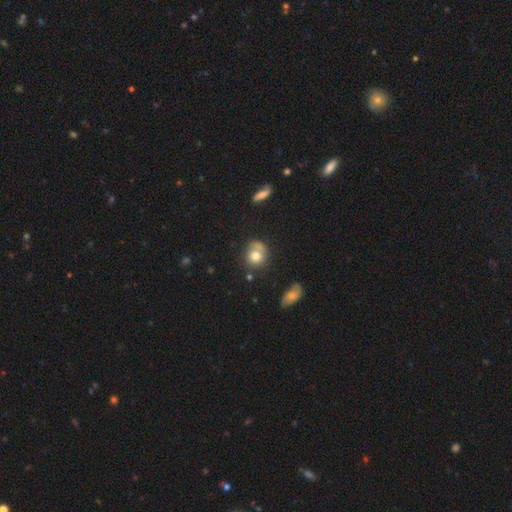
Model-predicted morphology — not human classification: Smooth or featured?
  - smooth: 72% *
  - featured or disk: 18%
  - star or artifact: 10%
How rounded?
  - round: 74% *
  - in between: 25%
  - cigar-shaped: 1%
Merging?
  - none: 51% *
  - minor disturbance: 24%
  - merger: 14%
  - major disturbance: 12%